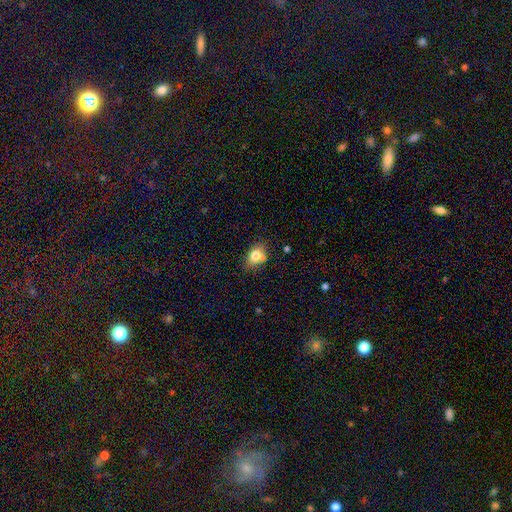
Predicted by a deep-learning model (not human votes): The model was most divided on "merging": none: 63%, minor disturbance: 19%, merger: 13%, major disturbance: 4%. More confident: smooth or featured — smooth (78%); how rounded — in between (76%).